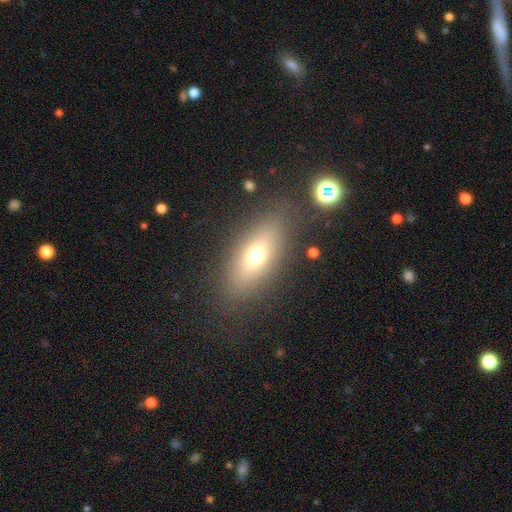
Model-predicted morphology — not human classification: type=smooth (65%); roundness=in between (74%); merging=none (81%).